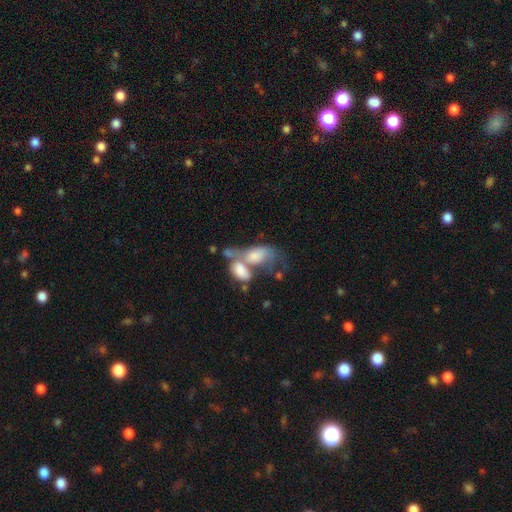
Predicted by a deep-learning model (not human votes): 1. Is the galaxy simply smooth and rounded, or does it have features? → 63% smooth, 29% featured or disk, 7% star or artifact.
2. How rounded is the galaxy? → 91% in between, 5% round, 4% cigar-shaped.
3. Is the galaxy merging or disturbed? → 70% merger, 14% major disturbance, 9% none, 7% minor disturbance.